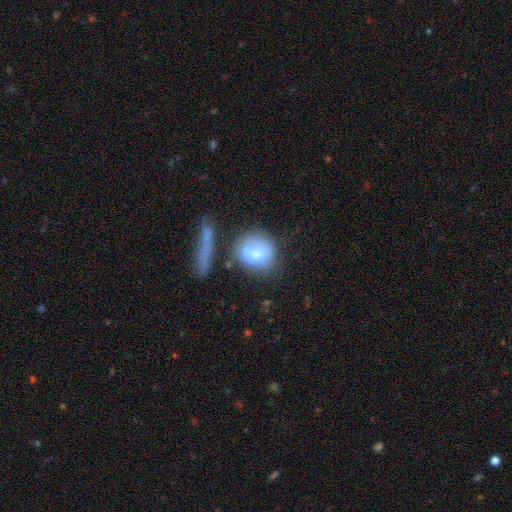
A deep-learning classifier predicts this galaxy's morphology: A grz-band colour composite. It shows a smooth galaxy with no disk features (70%) that is round (71%). Merging: none (46%).